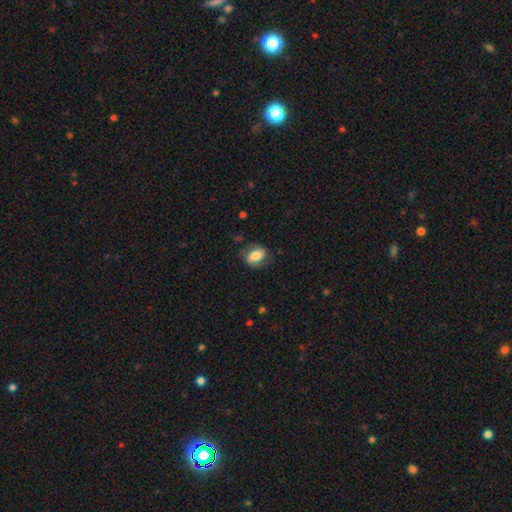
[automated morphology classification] Smooth or featured?
  - smooth: 51% *
  - featured or disk: 42%
  - star or artifact: 8%
How rounded?
  - in between: 65% *
  - round: 33%
  - cigar-shaped: 2%
Merging?
  - none: 72% *
  - minor disturbance: 19%
  - major disturbance: 8%
  - merger: 1%